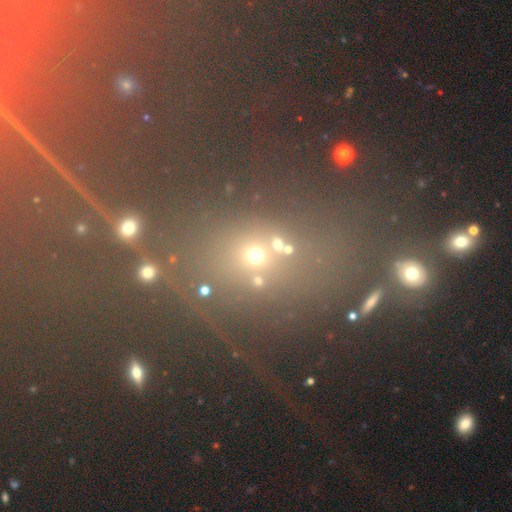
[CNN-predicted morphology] smooth-or-featured: smooth: 43% (tied) | star or artifact: 43% (tied) | featured or disk: 14%
  merging: none: 58% | merger: 19% | minor disturbance: 13% | major disturbance: 10%